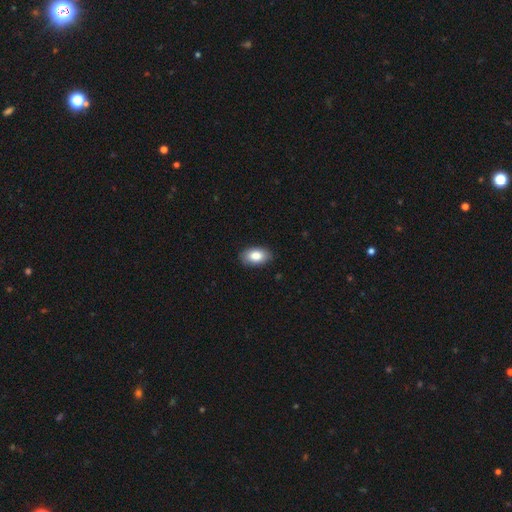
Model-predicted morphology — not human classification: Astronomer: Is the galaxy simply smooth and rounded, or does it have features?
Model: smooth — 86%.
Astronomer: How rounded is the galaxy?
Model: in between — 92%.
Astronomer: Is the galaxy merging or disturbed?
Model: none — 87%.